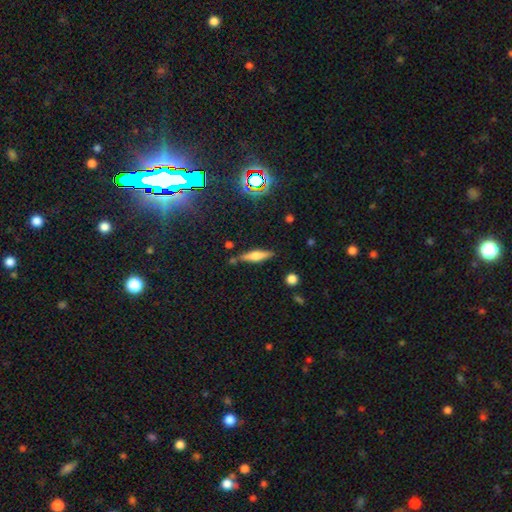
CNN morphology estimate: Q: Smooth or featured?
A: featured or disk (47%); runner-up: smooth (42%)
Q: Merging?
A: none (79%); runner-up: minor disturbance (13%)